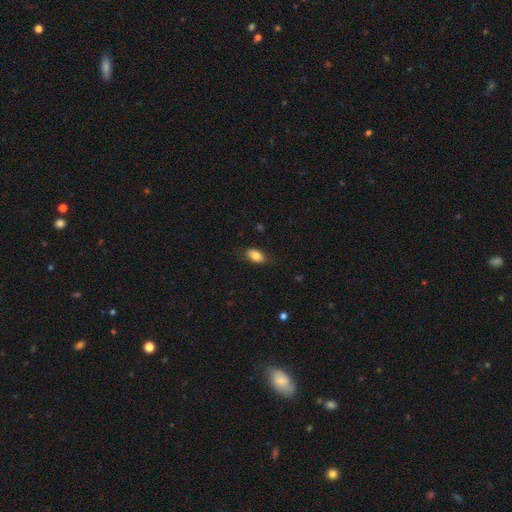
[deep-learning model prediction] Q: Smooth or featured?
A: smooth (82%); runner-up: featured or disk (10%)
Q: How rounded?
A: in between (89%); runner-up: round (8%)
Q: Merging?
A: none (78%); runner-up: minor disturbance (17%)